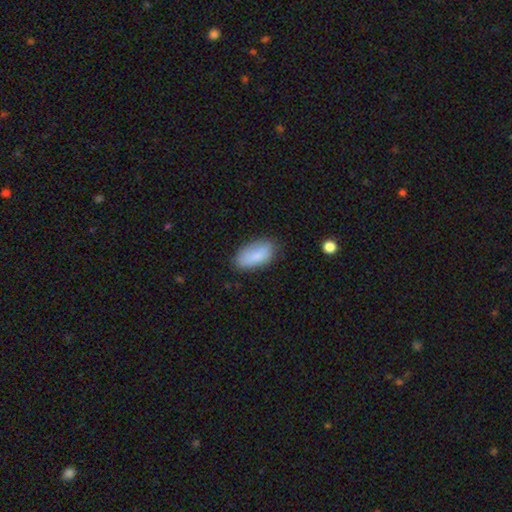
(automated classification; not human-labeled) This is clearly a smooth galaxy (84%). How rounded: clearly in between (91%). Merging: likely none (75%).